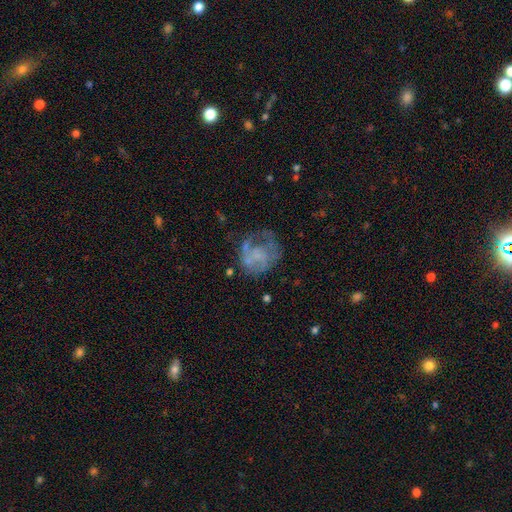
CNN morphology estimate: A featured or disk galaxy (55%) with no bar (82%), no spiral arms (55%) and no central bulge (65%). Merging: none (42%).